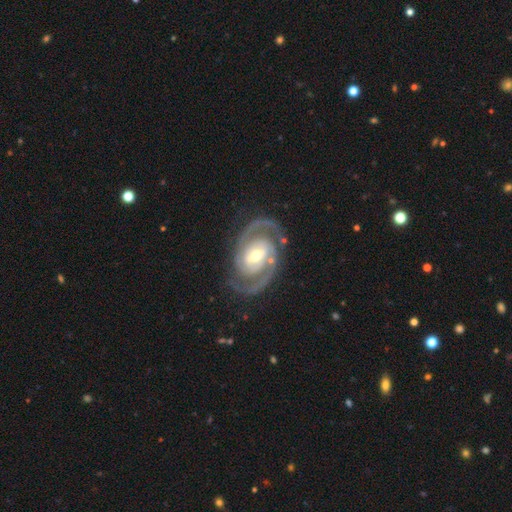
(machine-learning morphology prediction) Q: Smooth or featured?
A: featured or disk (93%); runner-up: star or artifact (4%)
Q: Edge-on disk?
A: no (97%); runner-up: yes (3%)
Q: Bar?
A: weak (44%); runner-up: strong (32%)
Q: Spiral arms?
A: yes (98%); runner-up: no (2%)
Q: Spiral winding?
A: tight (53%); runner-up: medium (41%)
Q: Spiral arm count?
A: 2 (91%); runner-up: 3 (4%)
Q: Bulge size?
A: moderate (61%); runner-up: small (32%)
Q: Merging?
A: none (81%); runner-up: minor disturbance (12%)